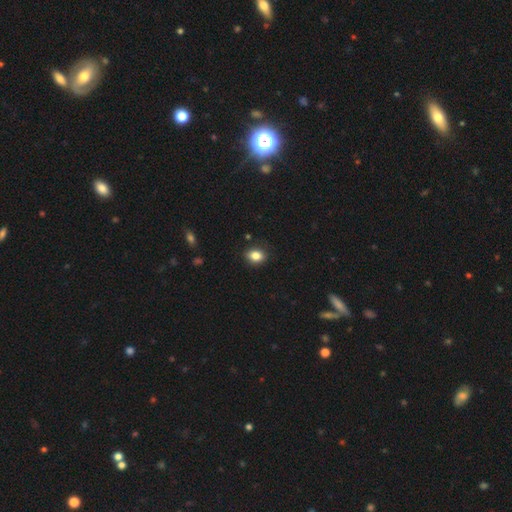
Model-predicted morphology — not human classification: Q: Smooth or featured?
A: smooth (84%); runner-up: star or artifact (9%)
Q: How rounded?
A: in between (68%); runner-up: round (31%)
Q: Merging?
A: none (86%); runner-up: minor disturbance (11%)